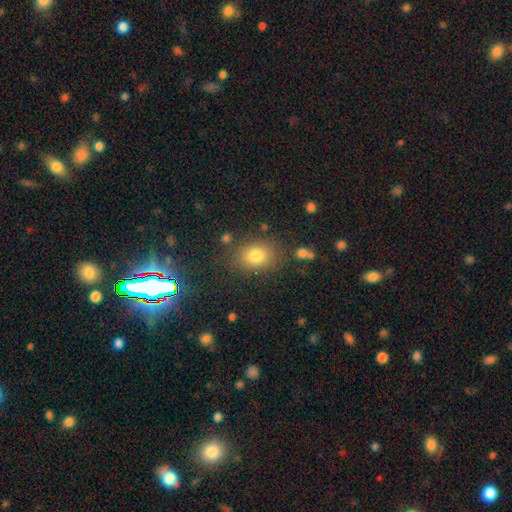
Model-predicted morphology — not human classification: Q: Smooth or featured?
A: smooth (77%); runner-up: star or artifact (14%)
Q: How rounded?
A: in between (59%); runner-up: round (40%)
Q: Merging?
A: none (80%); runner-up: minor disturbance (12%)